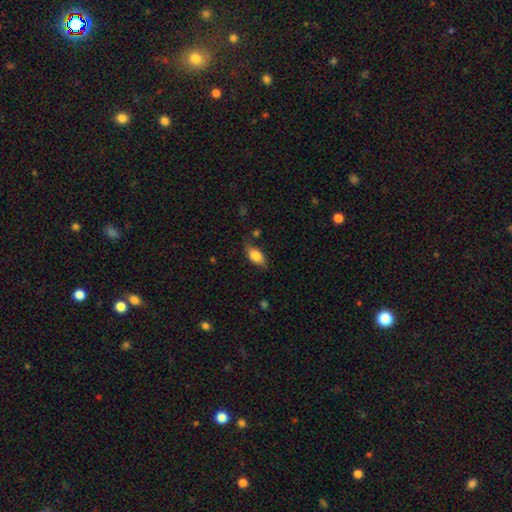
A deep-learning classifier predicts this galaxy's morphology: Q: Smooth or featured?
A: smooth (81%); runner-up: featured or disk (12%)
Q: How rounded?
A: in between (89%); runner-up: cigar-shaped (6%)
Q: Merging?
A: none (74%); runner-up: minor disturbance (19%)